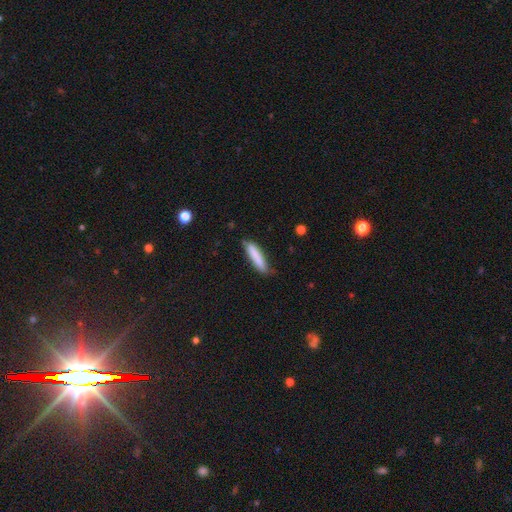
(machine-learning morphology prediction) Q: Smooth or featured?
A: smooth (82%); runner-up: featured or disk (12%)
Q: How rounded?
A: cigar-shaped (82%); runner-up: in between (16%)
Q: Merging?
A: none (72%); runner-up: minor disturbance (22%)